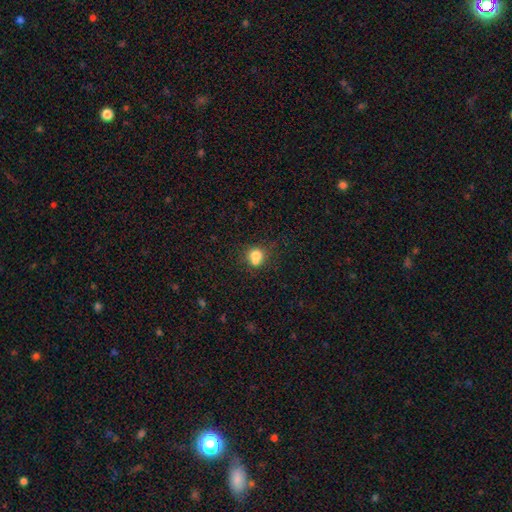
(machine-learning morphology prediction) Smooth or featured? smooth (75%)
How rounded? round (81%)
Merging? none (45%)